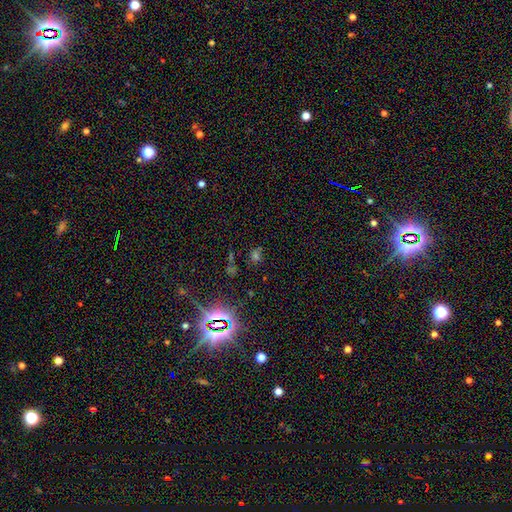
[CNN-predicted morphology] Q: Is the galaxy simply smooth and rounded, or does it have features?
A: star or artifact — 65%.